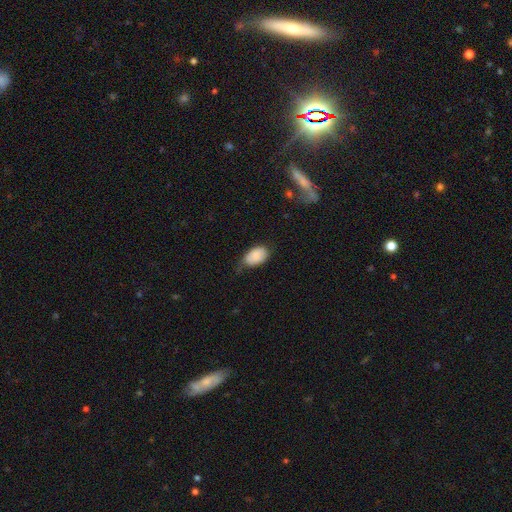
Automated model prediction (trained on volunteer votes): Smooth or featured? Predicted: smooth (p=0.83). How rounded? Predicted: in between (p=0.91). Merging? Predicted: none (p=0.44).